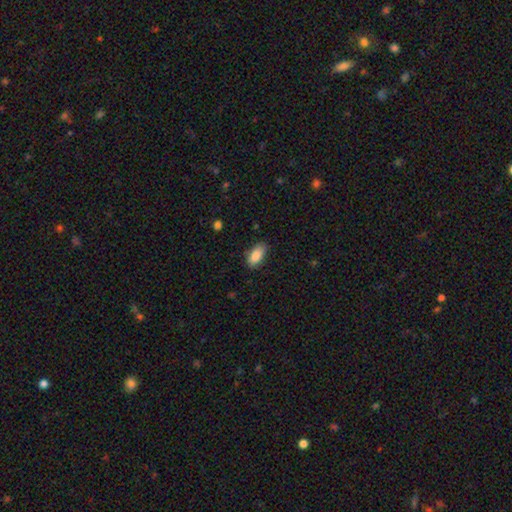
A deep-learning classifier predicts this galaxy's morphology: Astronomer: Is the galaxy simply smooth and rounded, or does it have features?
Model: smooth — 87%.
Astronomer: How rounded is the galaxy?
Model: in between — 91%.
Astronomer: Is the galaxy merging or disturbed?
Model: none — 78%.